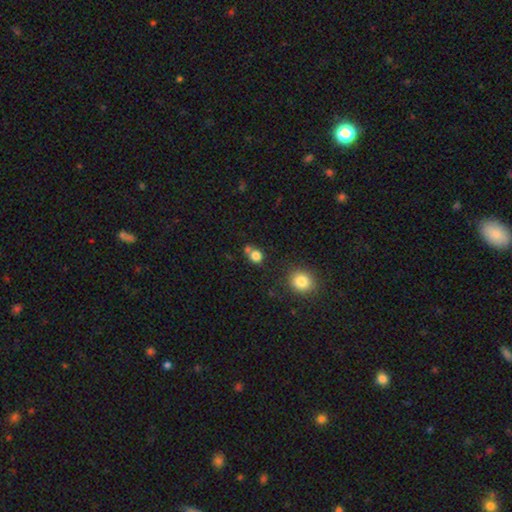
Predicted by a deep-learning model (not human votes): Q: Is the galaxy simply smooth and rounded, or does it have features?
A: smooth — 80%.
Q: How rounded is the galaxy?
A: round — 80%.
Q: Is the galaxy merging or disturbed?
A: none — 59%.